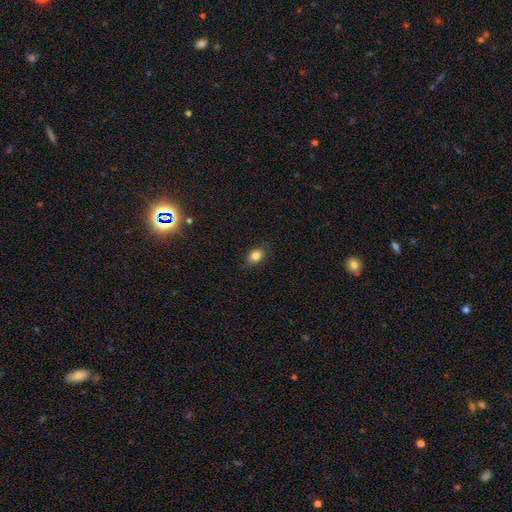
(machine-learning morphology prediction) smooth_or_featured: smooth (p=0.83) [alt: star or artifact p=0.11]
how_rounded: in between (p=0.61) [alt: round p=0.38]
merging: none (p=0.84) [alt: minor disturbance p=0.12]